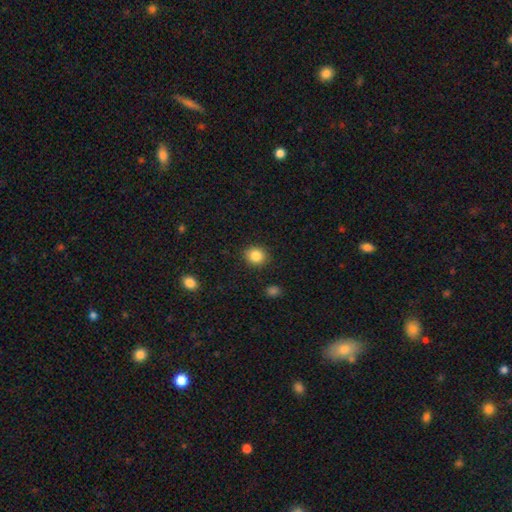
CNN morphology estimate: Q: Smooth or featured?
A: smooth (85%); runner-up: star or artifact (10%)
Q: How rounded?
A: round (80%); runner-up: in between (19%)
Q: Merging?
A: none (90%); runner-up: minor disturbance (7%)